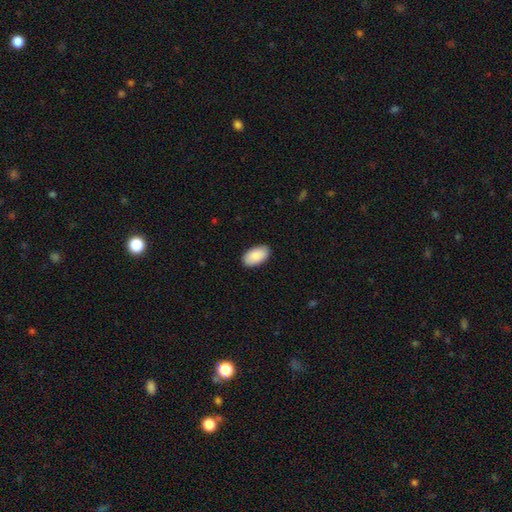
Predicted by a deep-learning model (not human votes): Smooth or featured? Predicted: smooth (p=0.89). How rounded? Predicted: in between (p=0.96). Merging? Predicted: none (p=0.89).